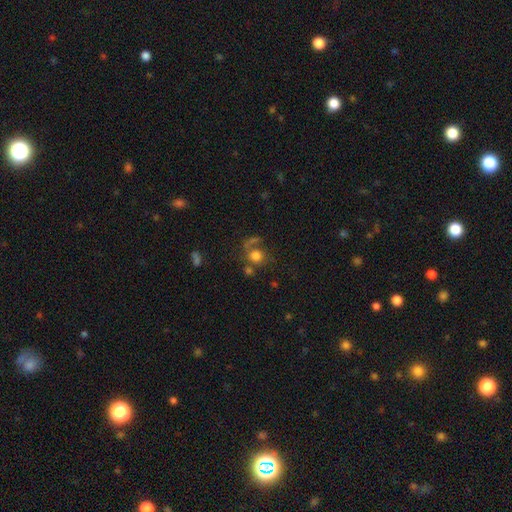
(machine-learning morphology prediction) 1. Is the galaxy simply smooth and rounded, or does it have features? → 65% smooth, 22% featured or disk, 12% star or artifact.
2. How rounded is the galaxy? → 81% round, 18% in between, 1% cigar-shaped.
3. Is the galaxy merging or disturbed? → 41% none, 23% major disturbance, 22% merger, 14% minor disturbance.